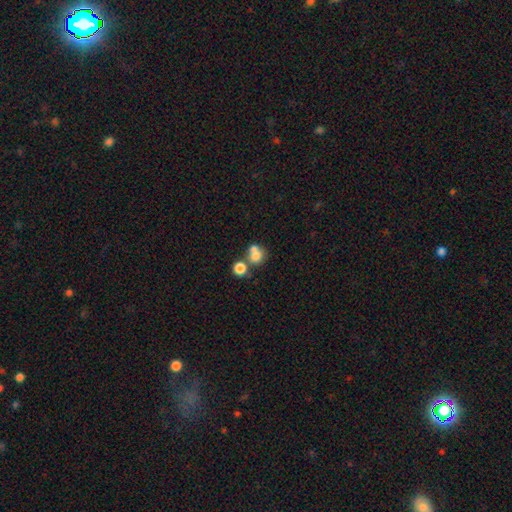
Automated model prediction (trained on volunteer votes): A smooth galaxy with no disk features (73%) that is round (80%). Merging: merger (49%).